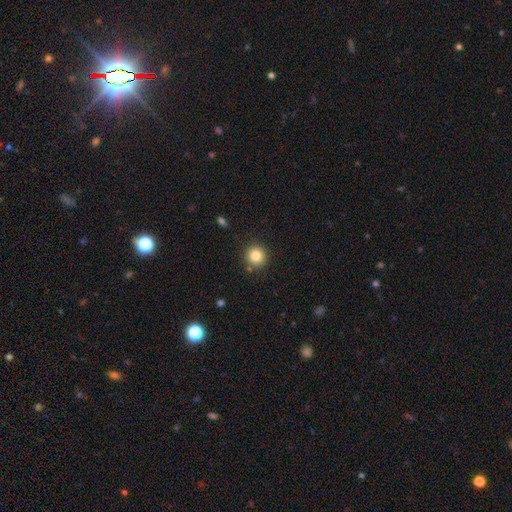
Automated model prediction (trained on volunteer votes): Smooth or featured? smooth (82%)
How rounded? round (93%)
Merging? none (87%)